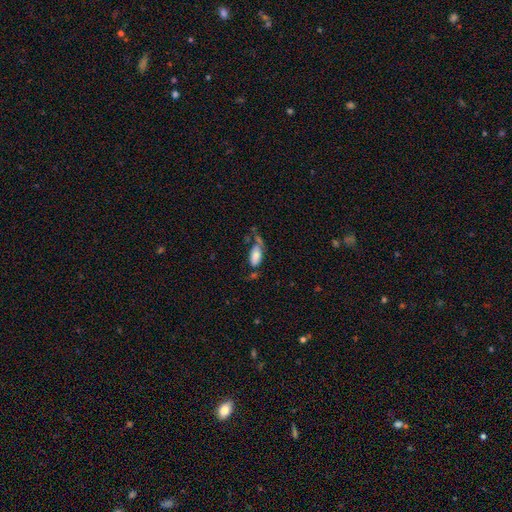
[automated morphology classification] Smooth or featured? smooth (80%)
How rounded? in between (90%)
Merging? none (36%)